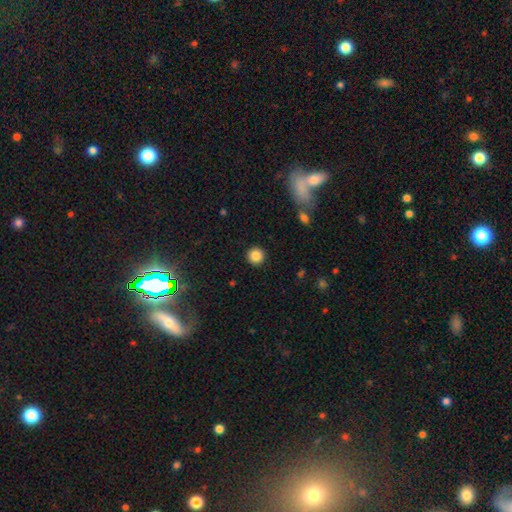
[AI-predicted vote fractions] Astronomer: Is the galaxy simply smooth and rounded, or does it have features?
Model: smooth — 85%.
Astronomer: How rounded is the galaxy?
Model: round — 95%.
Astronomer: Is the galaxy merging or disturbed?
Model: none — 92%.